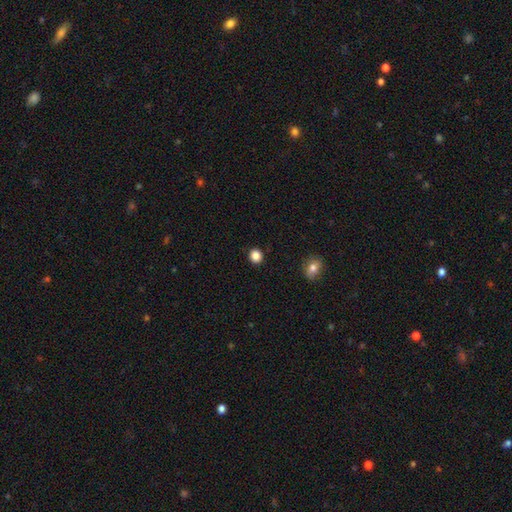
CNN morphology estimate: Overall: smooth (86%). How rounded: round (83%). Merging: none (91%).